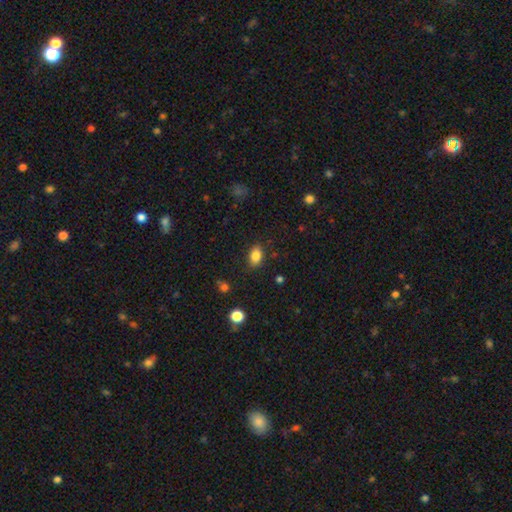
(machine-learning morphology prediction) A smooth galaxy with no disk features (84%) that is in between round and cigar-shaped (84%). Merging: none (84%).